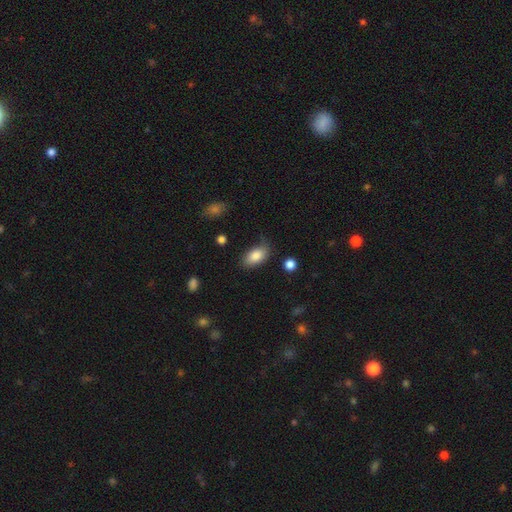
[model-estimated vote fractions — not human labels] smooth 84%, featured or disk 9%, star or artifact 7%. Down the decision tree: how rounded — in between (93%); merging — none (72%).